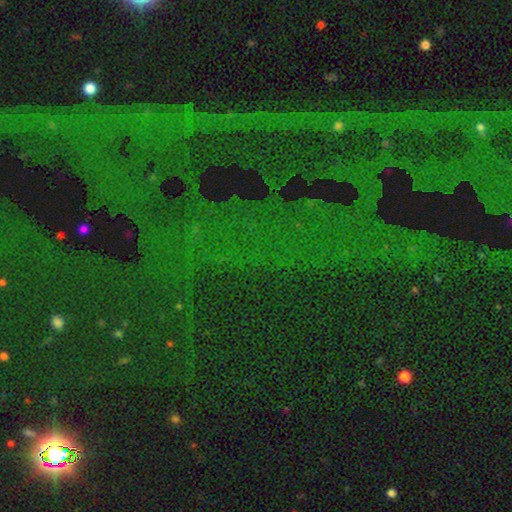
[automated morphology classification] A star or artifact, not a galaxy (86%).